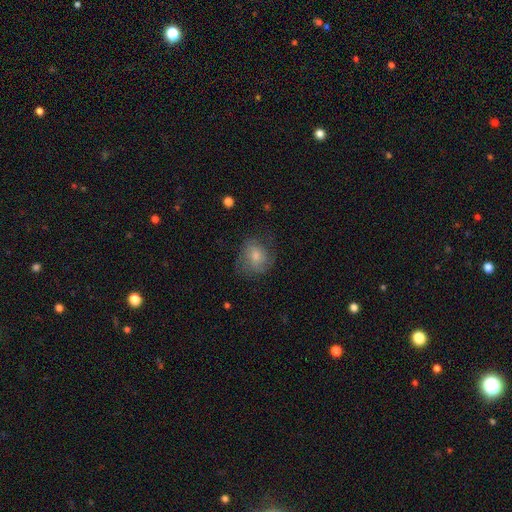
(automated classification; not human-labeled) A featured or disk galaxy (48%). Merging: none (68%).